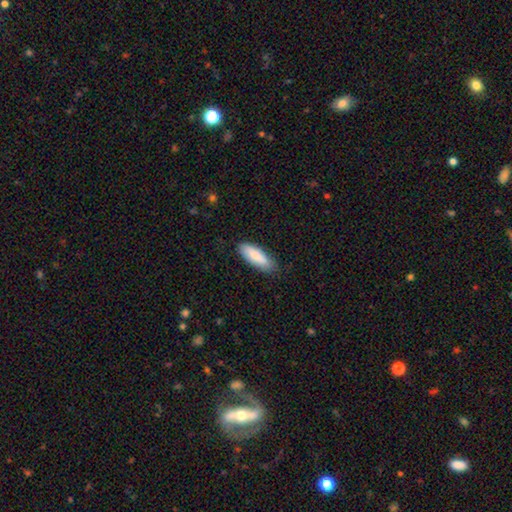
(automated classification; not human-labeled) The model was most divided on "how rounded": in between: 62%, cigar-shaped: 37%, round: 1%. More confident: smooth or featured — smooth (84%); merging — none (80%).